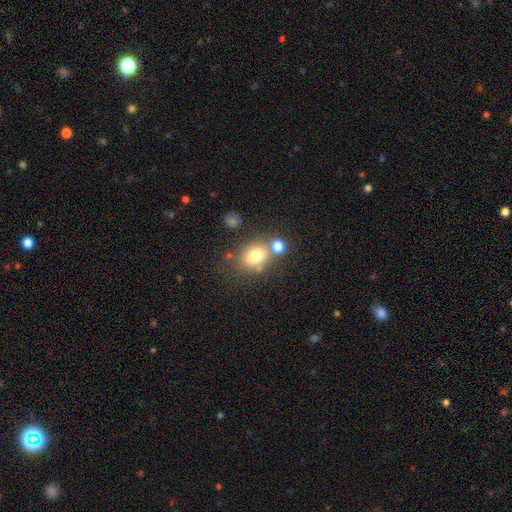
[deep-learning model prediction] Smooth or featured: smooth — 75% (star or artifact — 13%)
How rounded: in between — 51% (round — 48%)
Merging: none — 62% (merger — 21%)